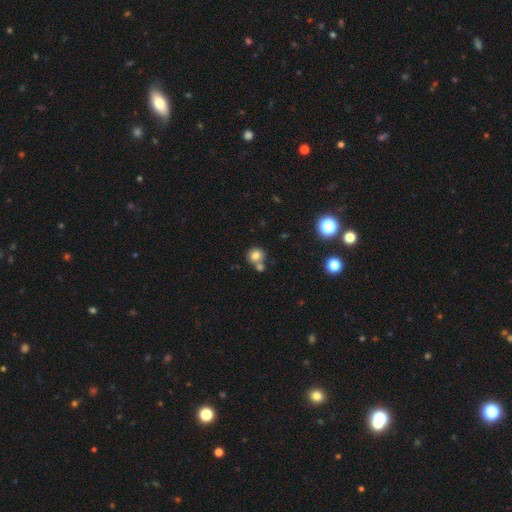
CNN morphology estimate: Smooth or featured: smooth — 78% (star or artifact — 13%)
How rounded: round — 86% (in between — 13%)
Merging: none — 58% (merger — 30%)